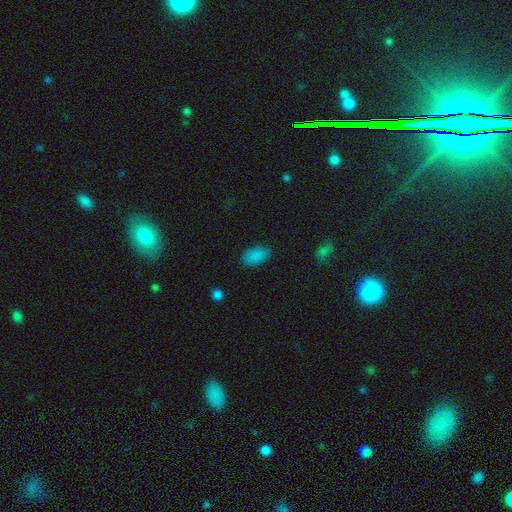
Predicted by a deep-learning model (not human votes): Overall: smooth (86%). How rounded: in between (94%). Merging: none (85%).